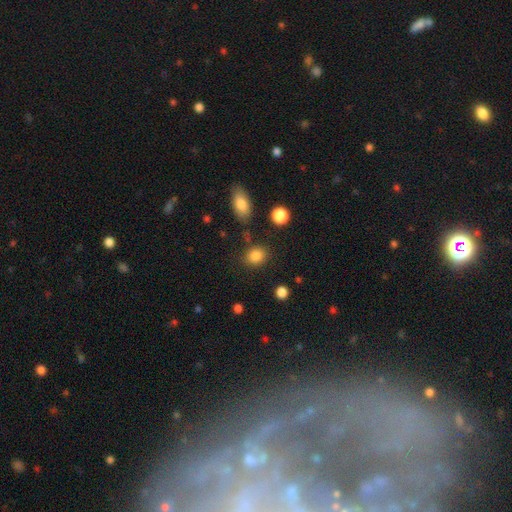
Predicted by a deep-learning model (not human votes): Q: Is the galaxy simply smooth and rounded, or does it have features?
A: smooth — 85%.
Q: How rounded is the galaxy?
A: round — 59%.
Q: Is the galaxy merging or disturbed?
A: none — 80%.